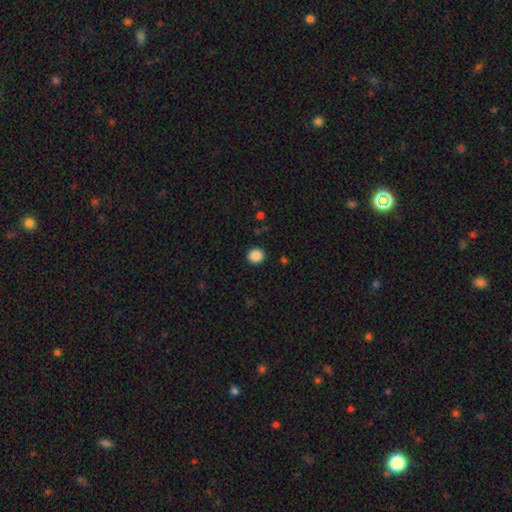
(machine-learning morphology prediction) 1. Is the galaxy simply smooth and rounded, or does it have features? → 88% smooth, 9% star or artifact, 3% featured or disk.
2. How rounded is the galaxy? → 90% round, 9% in between, 1% cigar-shaped.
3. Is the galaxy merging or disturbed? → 92% none, 5% minor disturbance, 2% major disturbance, 1% merger.